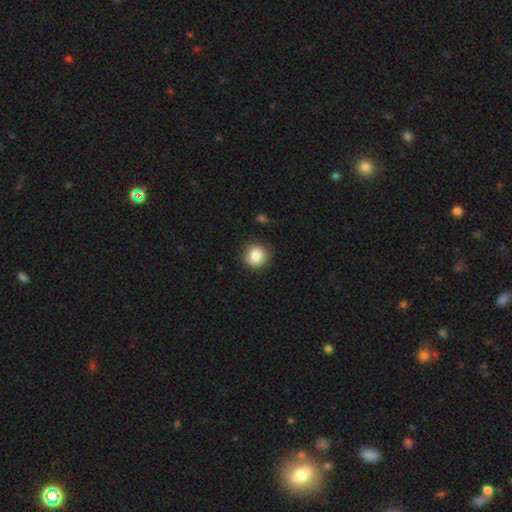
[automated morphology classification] This is clearly a smooth galaxy (86%). How rounded: clearly round (89%). Merging: clearly none (88%).